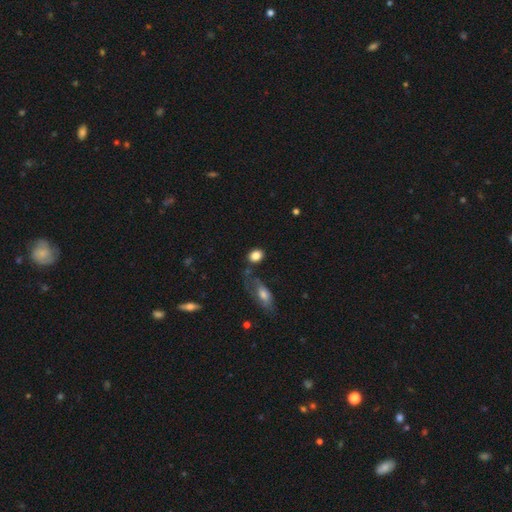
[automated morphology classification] smooth 84%, star or artifact 8%, featured or disk 7%. Down the decision tree: how rounded — in between (54%); merging — none (65%).